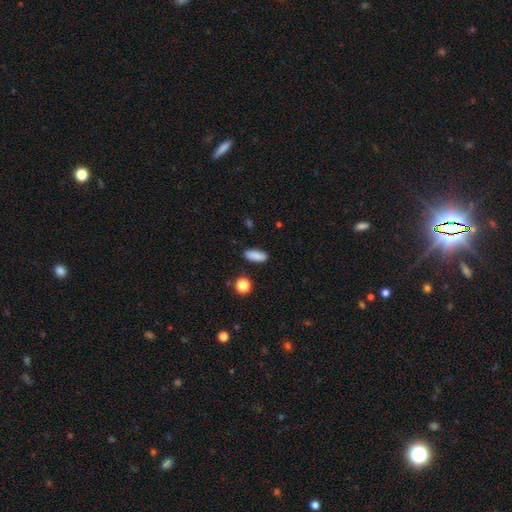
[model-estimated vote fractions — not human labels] smooth_or_featured: smooth (p=0.87) [alt: star or artifact p=0.08]
how_rounded: in between (p=0.77) [alt: cigar-shaped p=0.19]
merging: none (p=0.87) [alt: minor disturbance p=0.09]